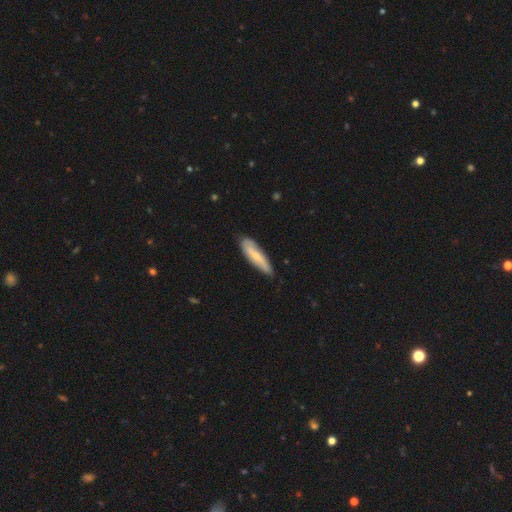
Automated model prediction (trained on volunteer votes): A smooth galaxy with no disk features (54%) that is cigar-shaped (65%).

Vote fractions:
- Smooth or featured? smooth: 54% / featured or disk: 40% / star or artifact: 6%
- How rounded? cigar-shaped: 65% / in between: 34% / round: 2%
- Merging? none: 72% / minor disturbance: 22% / major disturbance: 4% / merger: 2%